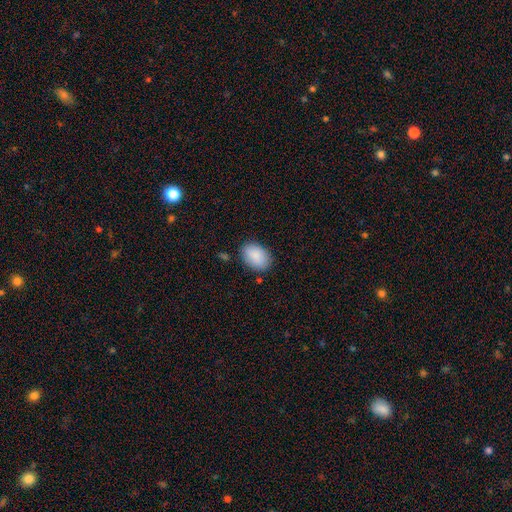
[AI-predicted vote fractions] This is clearly a smooth galaxy (89%). How rounded: clearly in between (84%). Merging: clearly none (82%).